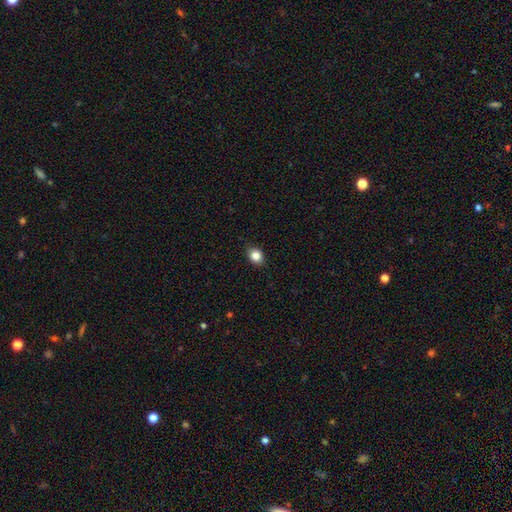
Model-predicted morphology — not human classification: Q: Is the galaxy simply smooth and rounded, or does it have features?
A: smooth — 84%.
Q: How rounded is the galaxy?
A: round — 54%.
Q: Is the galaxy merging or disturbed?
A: none — 88%.